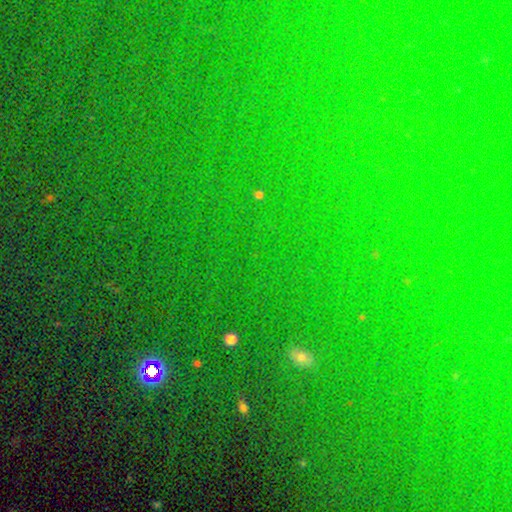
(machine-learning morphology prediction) smooth-or-featured: star or artifact: 78% | smooth: 13% | featured or disk: 8%